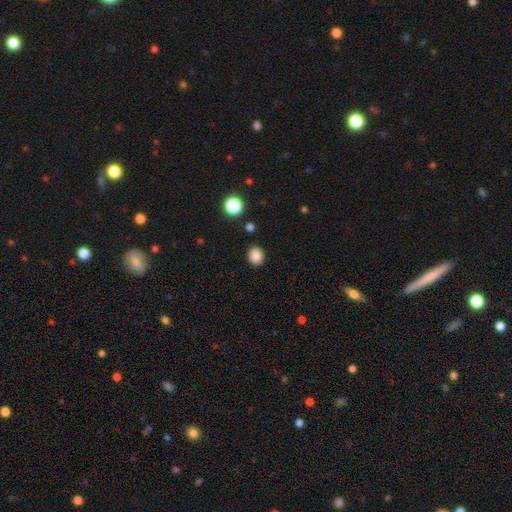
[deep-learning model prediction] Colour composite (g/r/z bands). It shows a smooth galaxy with no disk features (86%) that is round (59%). Merging: none (86%).